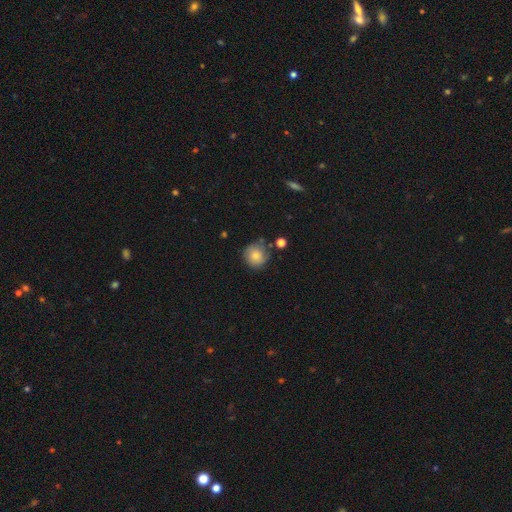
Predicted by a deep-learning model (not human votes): A smooth galaxy with no disk features (76%) that is round (91%). Merging: none (74%).